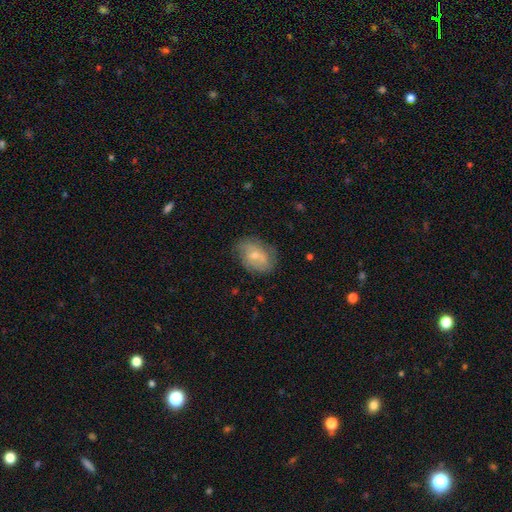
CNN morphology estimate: A featured or disk galaxy (48%).

Vote fractions:
- Smooth or featured? featured or disk: 48% / smooth: 45% / star or artifact: 7%
- Merging? none: 65% / minor disturbance: 24% / major disturbance: 9% / merger: 2%